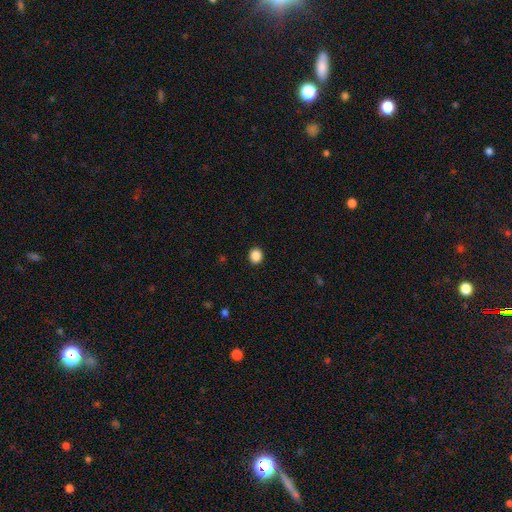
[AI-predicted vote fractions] smooth_or_featured: smooth (p=0.88) [alt: star or artifact p=0.10]
how_rounded: round (p=0.74) [alt: in between p=0.25]
merging: none (p=0.92) [alt: minor disturbance p=0.05]